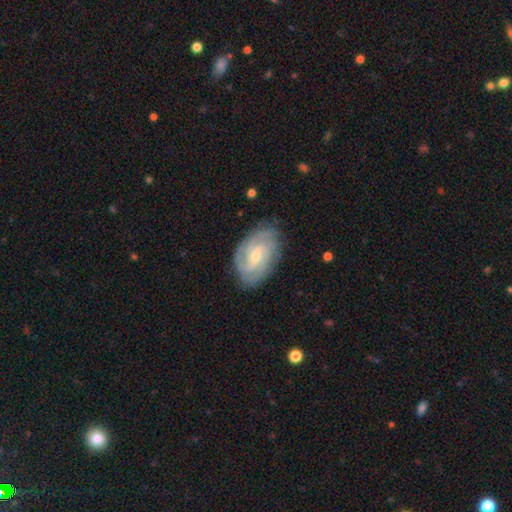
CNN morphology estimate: Q: Smooth or featured?
A: featured or disk (87%); runner-up: smooth (8%)
Q: Edge-on disk?
A: no (97%); runner-up: yes (3%)
Q: Bar?
A: weak (48%); runner-up: no (40%)
Q: Spiral arms?
A: yes (97%); runner-up: no (3%)
Q: Spiral winding?
A: tight (62%); runner-up: medium (32%)
Q: Spiral arm count?
A: 3 (33%); runner-up: 2 (27%)
Q: Bulge size?
A: small (66%); runner-up: moderate (30%)
Q: Merging?
A: none (81%); runner-up: minor disturbance (14%)